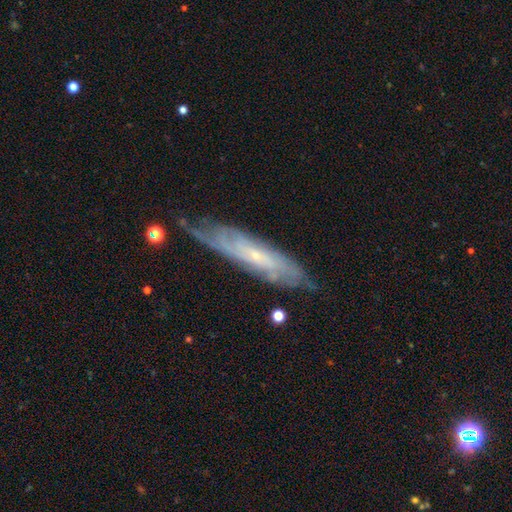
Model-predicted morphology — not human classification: Overall: featured or disk (76%). Edge-on disk: no (66%; yes 34%). Bar: no (67%; weak 27%). Spiral arms: yes (89%). Bulge size: small (80%). Merging: none (67%).